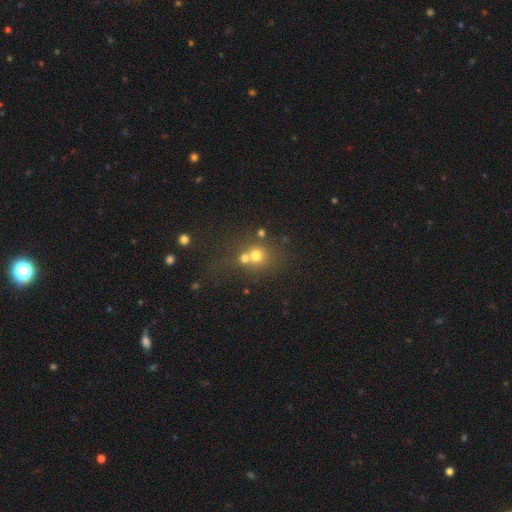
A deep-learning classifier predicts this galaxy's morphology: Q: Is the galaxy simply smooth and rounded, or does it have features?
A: smooth — 67%.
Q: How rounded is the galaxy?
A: round — 85%.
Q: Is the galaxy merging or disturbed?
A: merger — 44%.